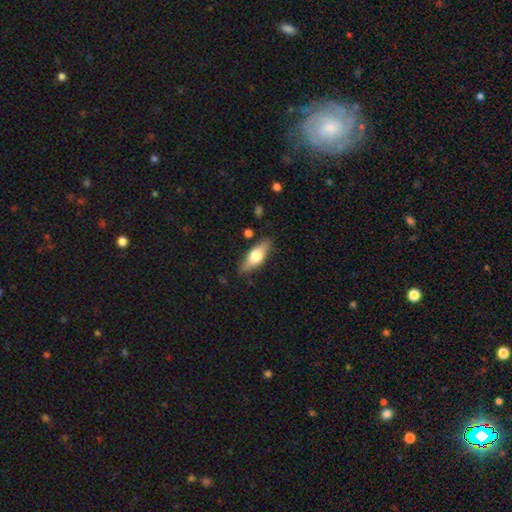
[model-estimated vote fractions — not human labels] Smooth or featured: smooth — 54% (featured or disk — 40%)
How rounded: in between — 61% (cigar-shaped — 35%)
Merging: none — 82% (minor disturbance — 13%)